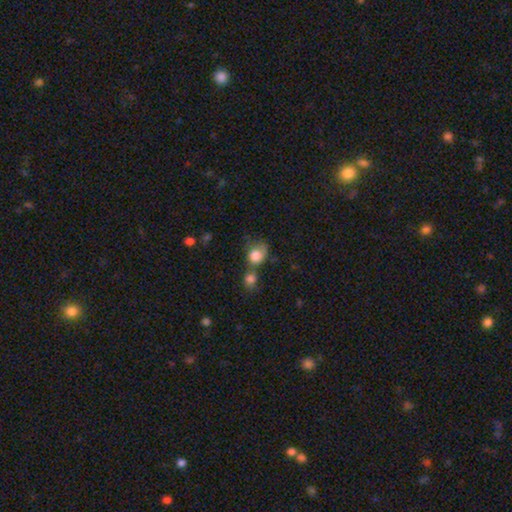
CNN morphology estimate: This is clearly a smooth galaxy (81%). How rounded: likely round (67%). Merging: marginally merger (42%).